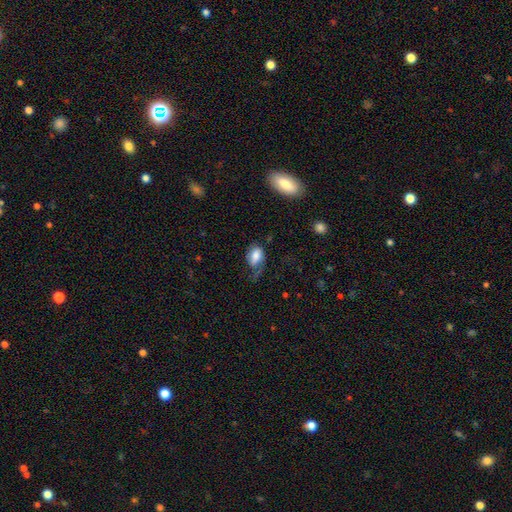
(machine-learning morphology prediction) The model was most divided on "merging" (2-way tie): major disturbance: 34%, none: 34%, minor disturbance: 29%, merger: 3%. More confident: how rounded — in between (87%); smooth or featured — smooth (69%).